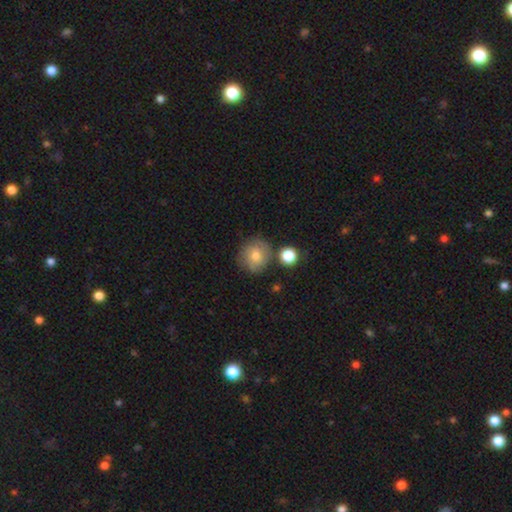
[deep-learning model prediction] Q: Smooth or featured?
A: smooth (62%); runner-up: featured or disk (28%)
Q: How rounded?
A: round (86%); runner-up: in between (13%)
Q: Merging?
A: none (72%); runner-up: minor disturbance (16%)